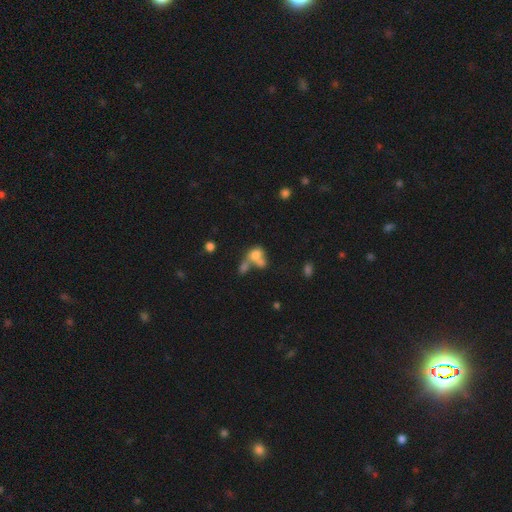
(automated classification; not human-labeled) smooth_or_featured: smooth (p=0.63) [alt: featured or disk p=0.24]
how_rounded: in between (p=0.62) [alt: round p=0.34]
merging: merger (p=0.57) [alt: none p=0.21]